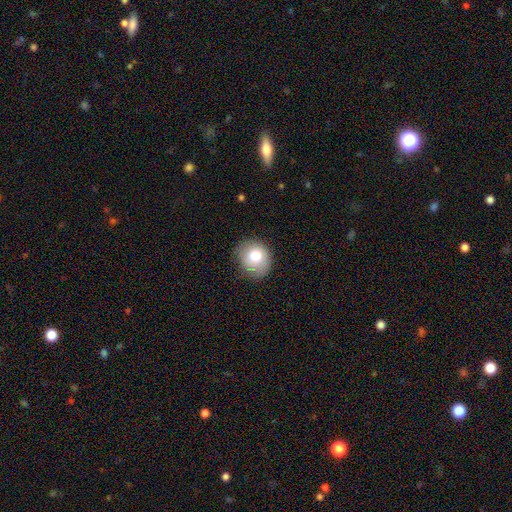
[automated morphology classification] This appears to be a smooth galaxy with no disk features (79%) that is round (71%). Merging: none (73%).